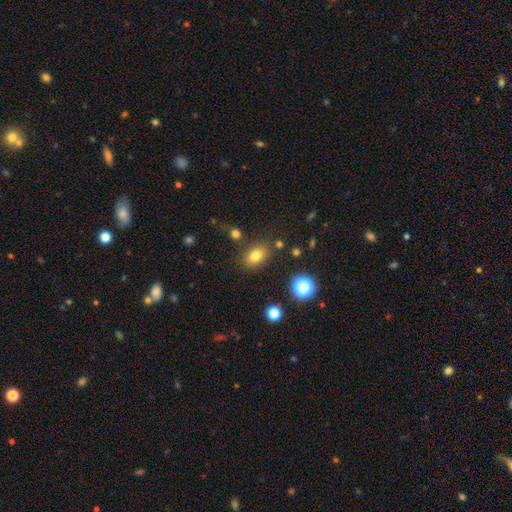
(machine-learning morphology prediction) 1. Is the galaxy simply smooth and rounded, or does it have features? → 78% smooth, 13% star or artifact, 9% featured or disk.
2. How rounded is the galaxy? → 73% in between, 25% round, 2% cigar-shaped.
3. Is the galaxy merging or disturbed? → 78% none, 12% minor disturbance, 5% merger, 4% major disturbance.